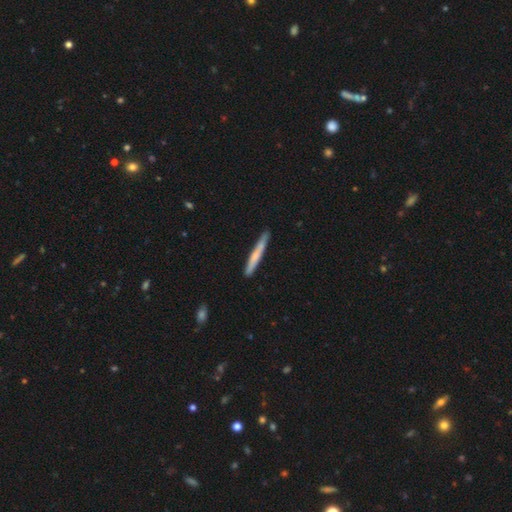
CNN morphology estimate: smooth_or_featured: smooth (p=0.60) [alt: featured or disk p=0.35]
how_rounded: cigar-shaped (p=0.96) [alt: in between p=0.02]
merging: none (p=0.87) [alt: minor disturbance p=0.10]